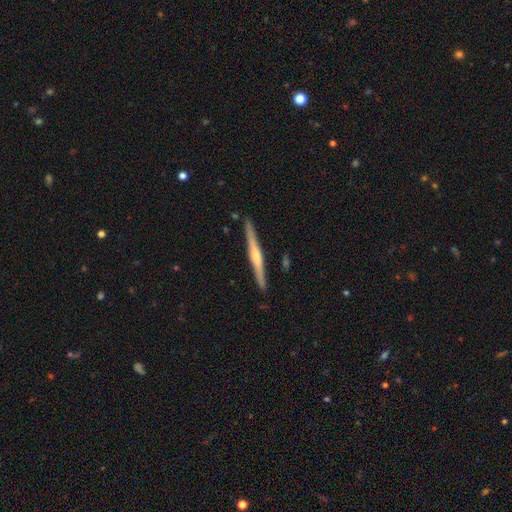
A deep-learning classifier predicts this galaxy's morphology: The model was most divided on "smooth or featured": featured or disk: 71%, smooth: 24%, star or artifact: 5%. More confident: edge-on disk — yes (98%); merging — none (90%); edge-on bulge — rounded (72%).